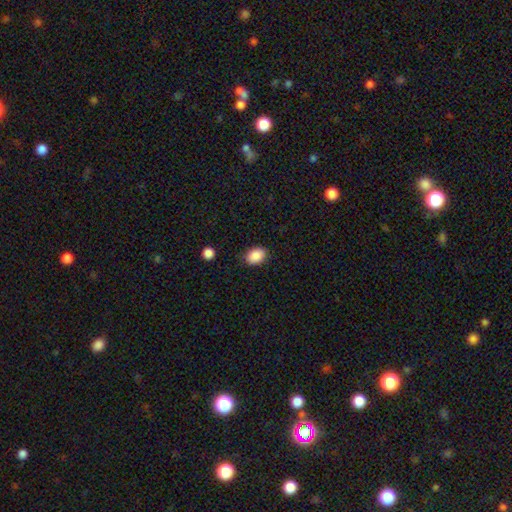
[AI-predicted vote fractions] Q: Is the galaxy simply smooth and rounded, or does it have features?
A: smooth — 89%.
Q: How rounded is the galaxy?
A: in between — 77%.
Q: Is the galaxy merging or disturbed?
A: none — 84%.